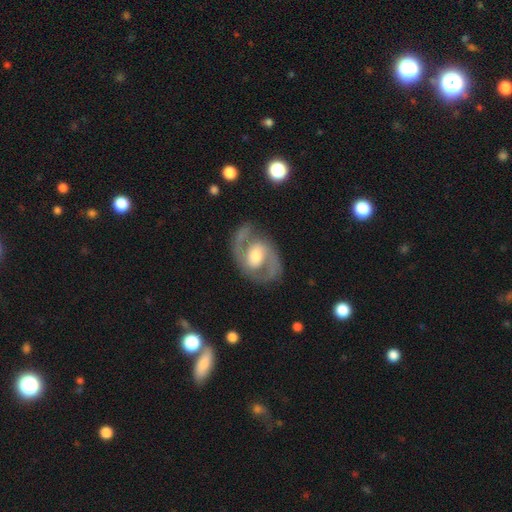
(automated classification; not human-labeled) This is clearly a featured or disk galaxy (88%). It is clearly not viewed edge-on (97%). Bar: marginally weak (43%). Spiral arm pattern: clearly yes (95%). Spiral arm count: clearly 2 (92%). Spiral winding: possibly medium (59%). Central bulge: likely moderate (65%). Merging: clearly none (81%).